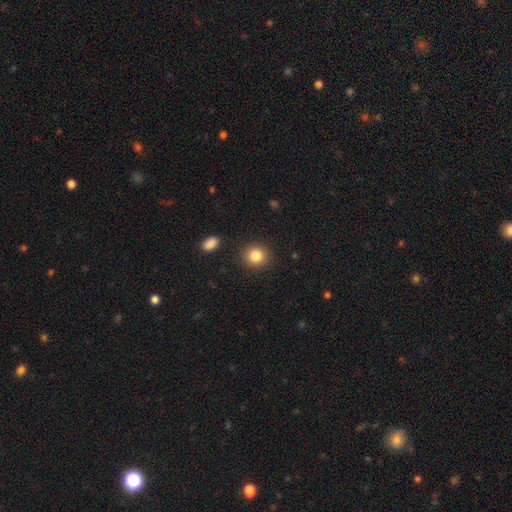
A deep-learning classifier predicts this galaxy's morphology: A smooth galaxy with no disk features (84%) that is round (87%). Merging: none (89%).